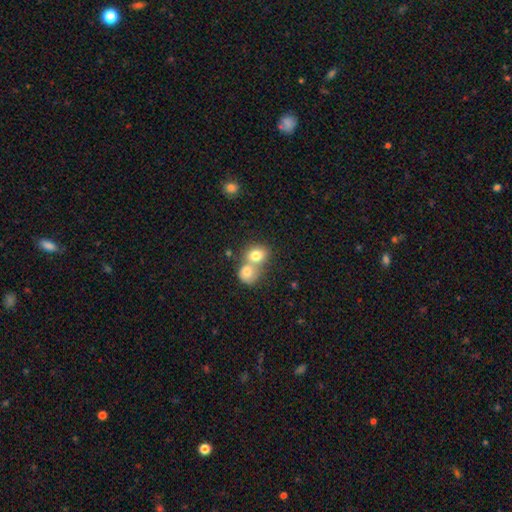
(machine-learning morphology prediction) Smooth or featured? Predicted: smooth (p=0.77). How rounded? Predicted: round (p=0.64). Merging? Predicted: merger (p=0.64).